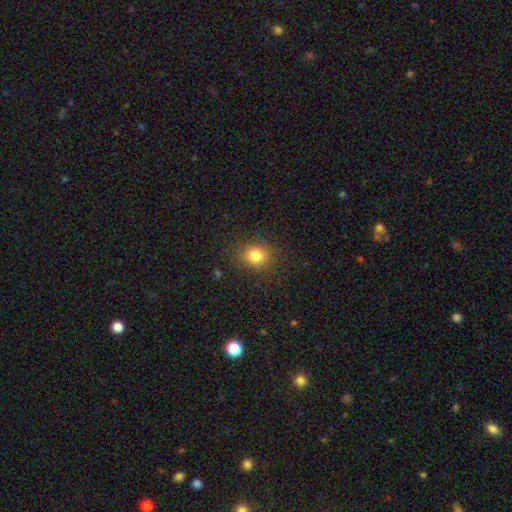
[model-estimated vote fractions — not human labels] Smooth or featured? Predicted: smooth (p=0.81). How rounded? Predicted: round (p=0.74). Merging? Predicted: none (p=0.86).